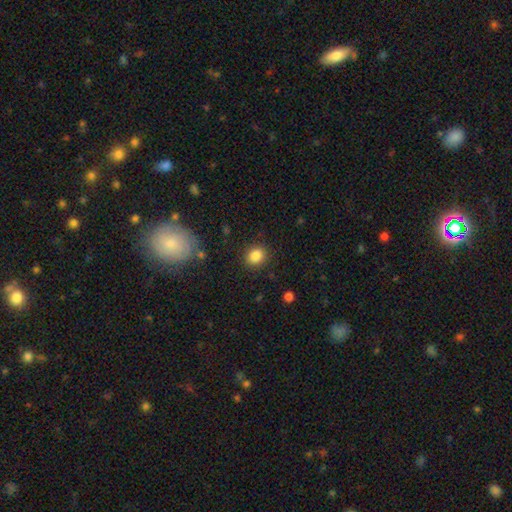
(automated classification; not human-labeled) Morphology: type=smooth (85%); roundness=round (67%); merging=none (88%).